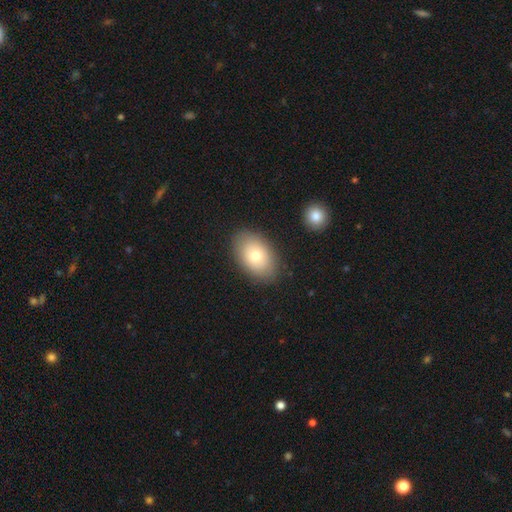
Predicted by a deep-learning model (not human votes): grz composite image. It shows a smooth galaxy with no disk features (75%) that is in between round and cigar-shaped (89%). Merging: none (85%).